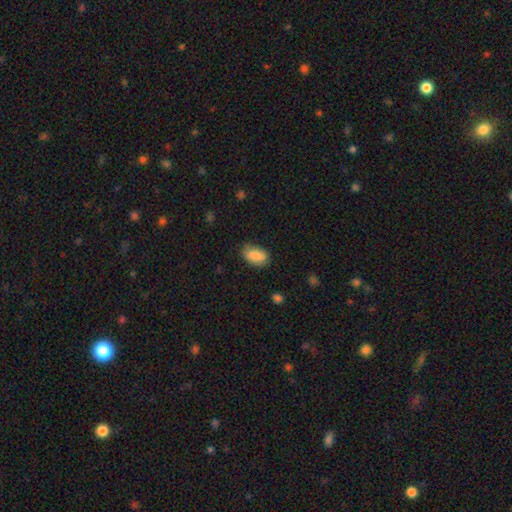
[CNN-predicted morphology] smooth-or-featured: smooth: 84% | featured or disk: 9% | star or artifact: 7%
  how-rounded: in between: 91% | round: 5% | cigar-shaped: 3%
  merging: none: 76% | minor disturbance: 19% | major disturbance: 4% | merger: 1%